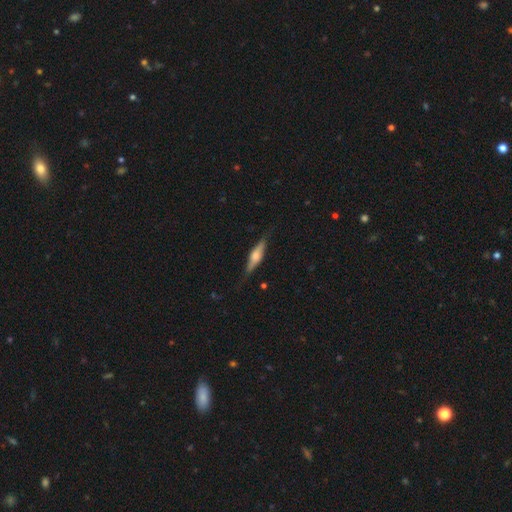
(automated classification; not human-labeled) A featured or disk galaxy (59%) viewed edge-on (94%) with a rounded central bulge (85%). Merging: none (81%).